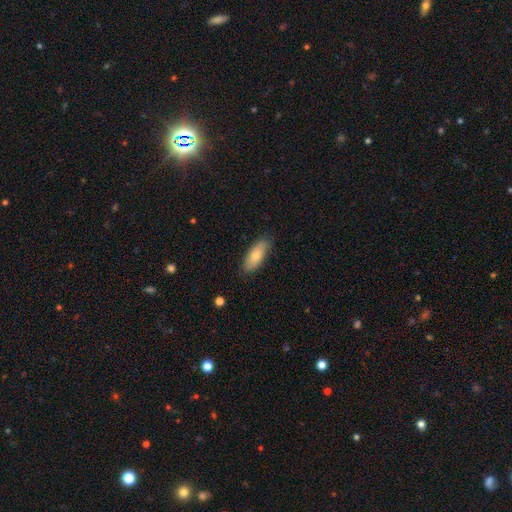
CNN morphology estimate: smooth 77%, featured or disk 17%, star or artifact 6%. Down the decision tree: how rounded — in between (75%); merging — none (83%).